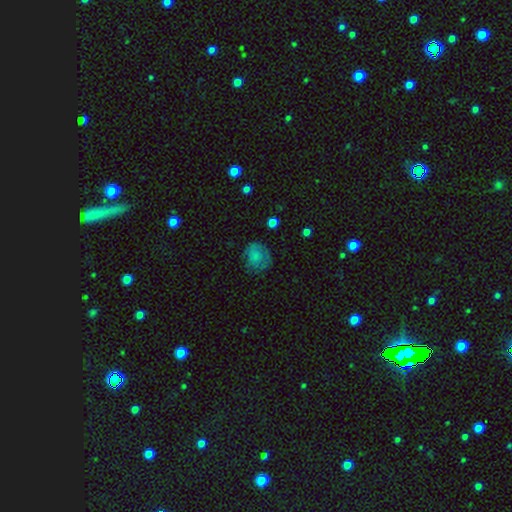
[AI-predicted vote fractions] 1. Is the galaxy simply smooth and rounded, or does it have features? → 68% smooth, 22% featured or disk, 10% star or artifact.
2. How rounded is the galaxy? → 71% round, 28% in between, 1% cigar-shaped.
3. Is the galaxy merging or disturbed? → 63% none, 23% minor disturbance, 12% major disturbance, 2% merger.